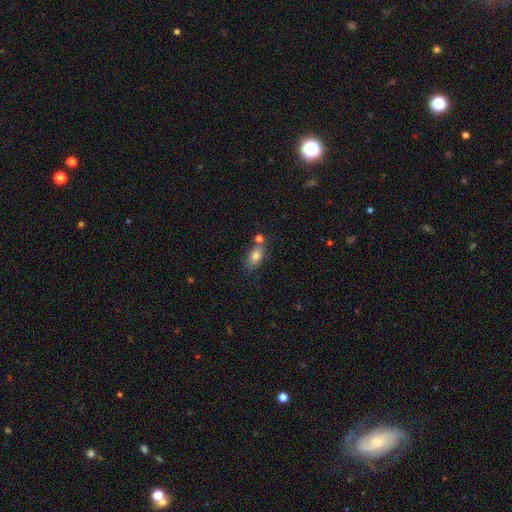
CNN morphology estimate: Overall: smooth (79%). How rounded: in between (85%). Merging: none (62%).